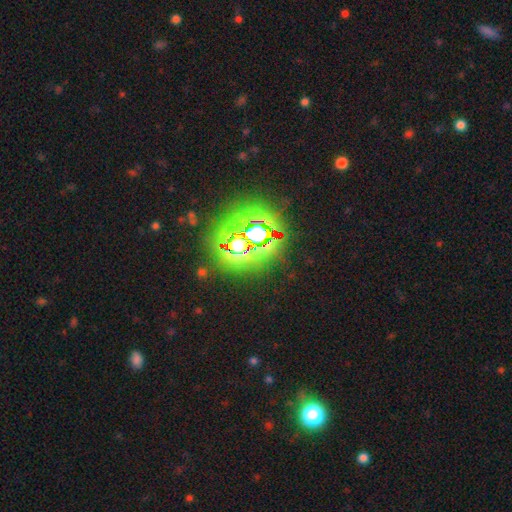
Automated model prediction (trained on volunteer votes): star or artifact 82%, smooth 12%, featured or disk 6%.